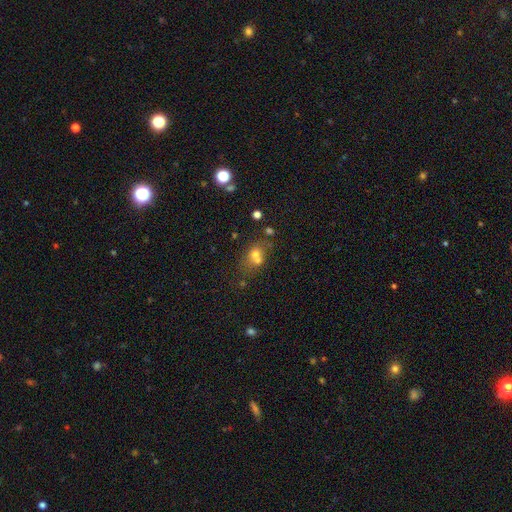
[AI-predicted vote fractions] The model was most divided on "how rounded": round: 55%, in between: 44%, cigar-shaped: 2%. More confident: smooth or featured — smooth (63%); merging — merger (51%).